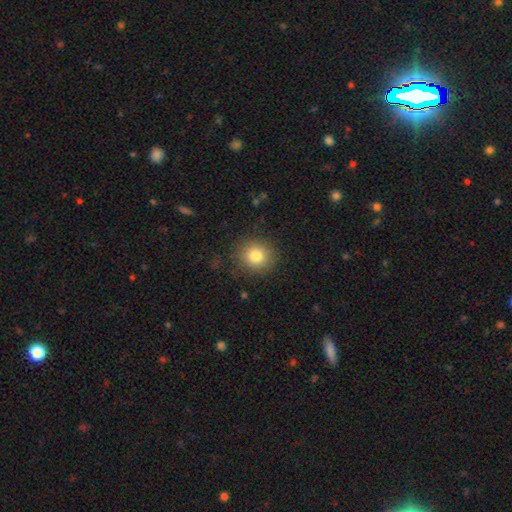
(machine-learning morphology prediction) Smooth or featured? Predicted: smooth (p=0.81). How rounded? Predicted: round (p=0.89). Merging? Predicted: none (p=0.87).